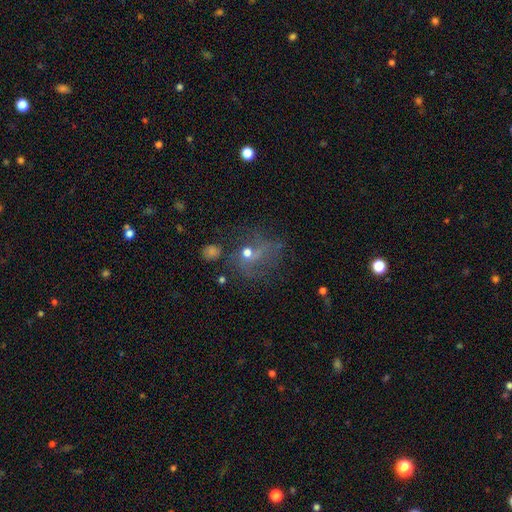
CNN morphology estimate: featured or disk 39%, smooth 31%, star or artifact 30%. Down the decision tree: merging — none (49%).